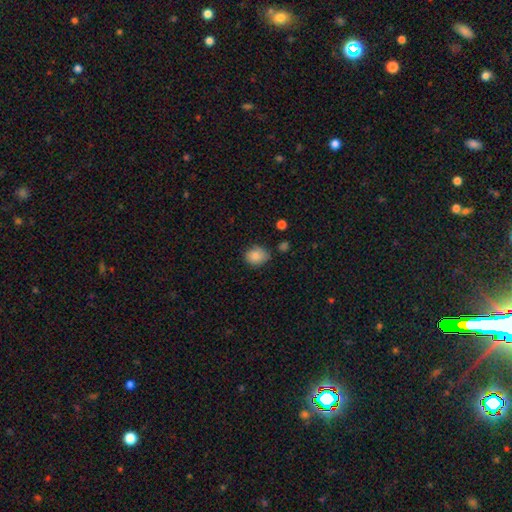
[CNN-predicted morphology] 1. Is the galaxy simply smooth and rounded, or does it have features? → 85% smooth, 9% star or artifact, 5% featured or disk.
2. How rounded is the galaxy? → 56% round, 43% in between, 1% cigar-shaped.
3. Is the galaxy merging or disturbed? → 67% none, 25% minor disturbance, 5% major disturbance, 3% merger.